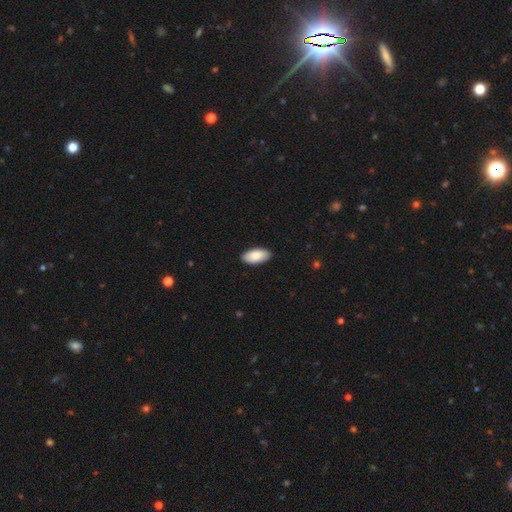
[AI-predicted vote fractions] This is clearly a smooth galaxy (86%). How rounded: clearly in between (95%). Merging: clearly none (89%).